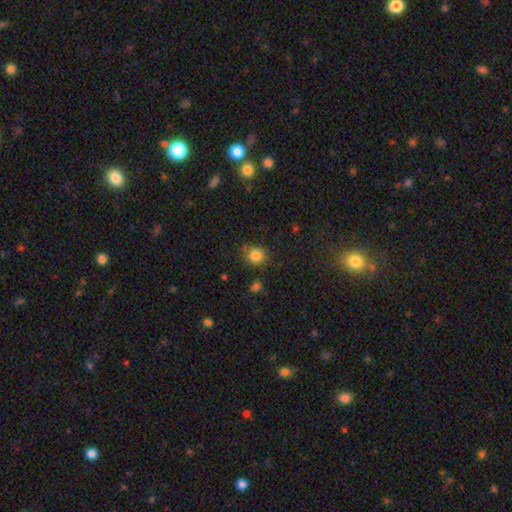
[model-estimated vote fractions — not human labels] Morphology: type=smooth (83%); roundness=round (83%); merging=none (76%).